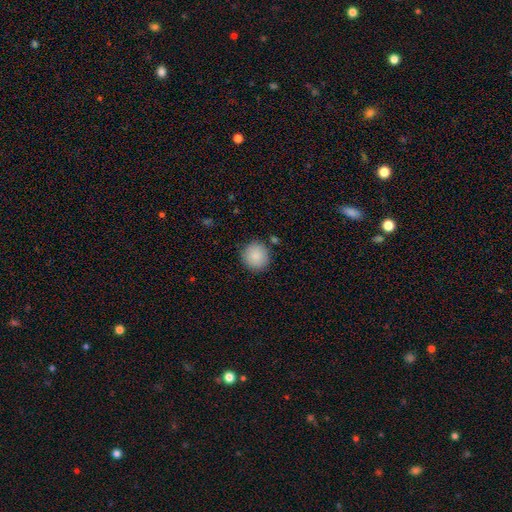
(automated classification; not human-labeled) Overall: smooth (88%). How rounded: round (94%). Merging: none (87%).